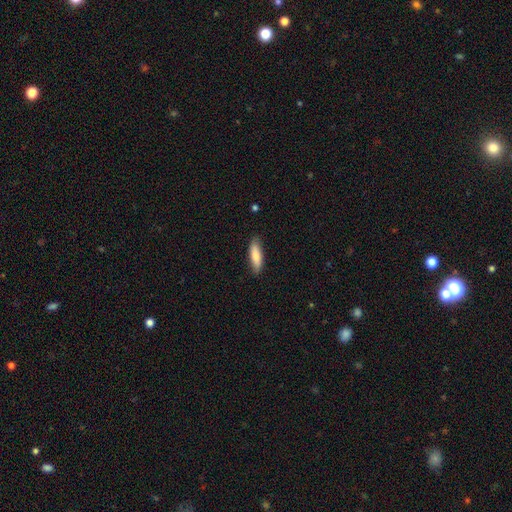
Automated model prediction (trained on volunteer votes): Smooth or featured? smooth (79%)
How rounded? cigar-shaped (54%)
Merging? none (85%)